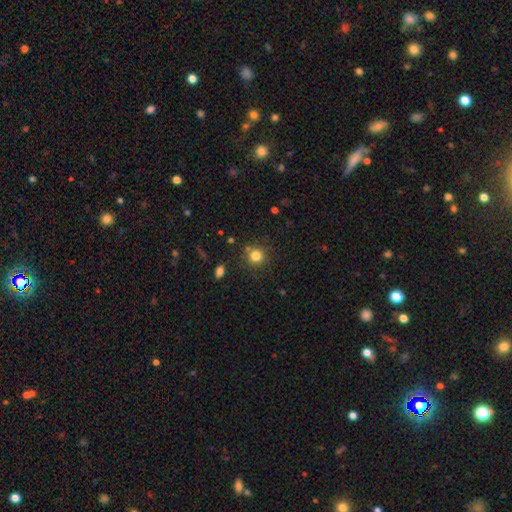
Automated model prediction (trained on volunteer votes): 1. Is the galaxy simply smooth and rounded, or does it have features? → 80% smooth, 13% star or artifact, 6% featured or disk.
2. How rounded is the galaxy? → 91% round, 8% in between, 1% cigar-shaped.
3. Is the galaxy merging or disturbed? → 80% none, 10% minor disturbance, 7% merger, 3% major disturbance.